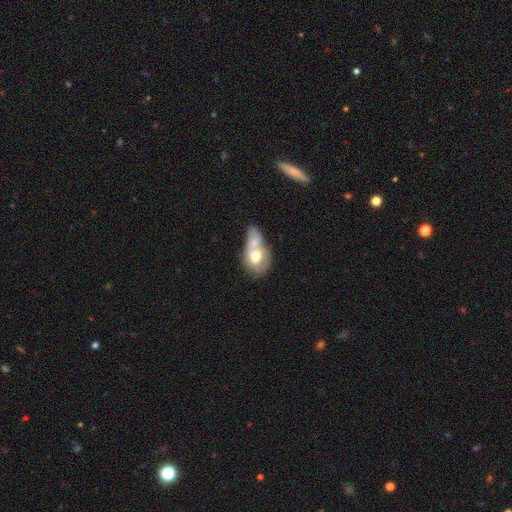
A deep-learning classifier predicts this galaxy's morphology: A smooth galaxy with no disk features (58%) that is in between round and cigar-shaped (73%).

Vote fractions:
- Smooth or featured? smooth: 58% / featured or disk: 36% / star or artifact: 6%
- How rounded? in between: 73% / round: 25% / cigar-shaped: 2%
- Merging? merger: 70% / none: 13% / minor disturbance: 9% / major disturbance: 8%